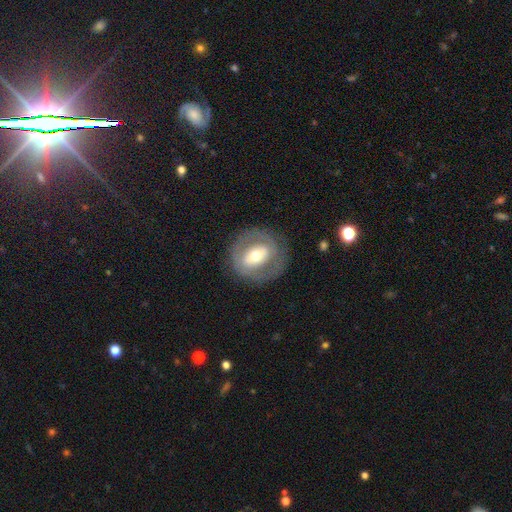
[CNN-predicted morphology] The model was most divided on "bar": no: 35%, weak: 33%, strong: 32%. More confident: edge-on disk — no (94%); merging — none (80%); spiral arms — no (67%); bulge size — moderate (64%); smooth or featured — featured or disk (58%).